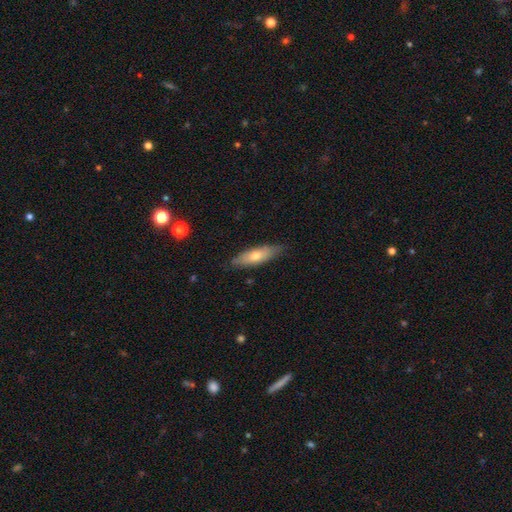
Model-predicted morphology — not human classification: This is likely a smooth galaxy (62%). How rounded: possibly cigar-shaped (56%). Merging: clearly none (82%).